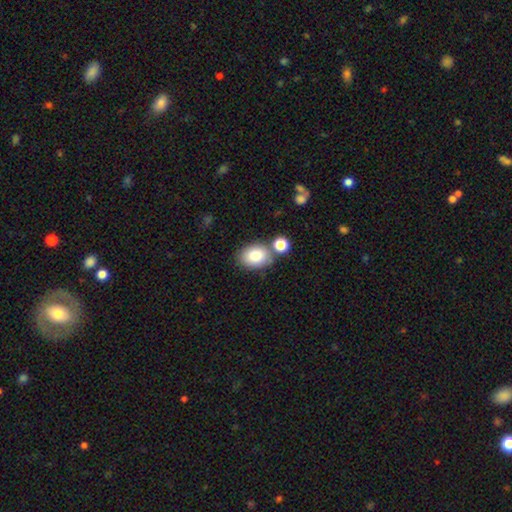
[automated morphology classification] A smooth galaxy with no disk features (84%) that is in between round and cigar-shaped (76%). Merging: none (66%).